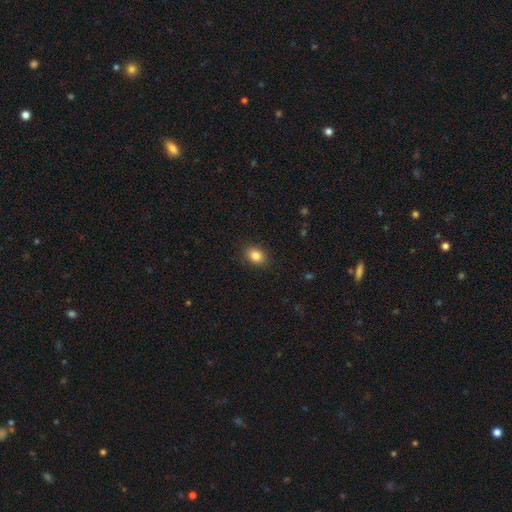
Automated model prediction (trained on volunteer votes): This is clearly a smooth galaxy (85%). How rounded: likely in between (65%). Merging: clearly none (88%).